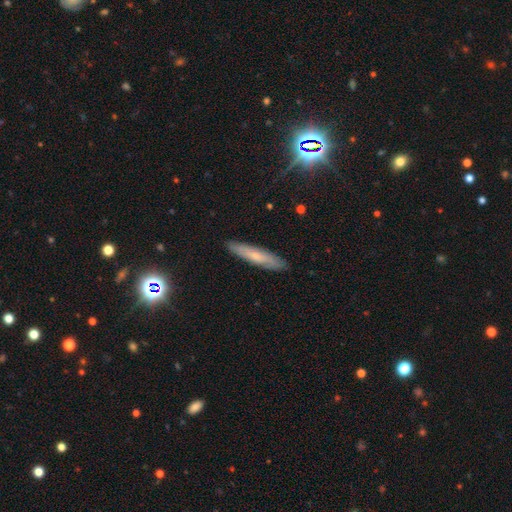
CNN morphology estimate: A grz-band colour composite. It shows a smooth galaxy with no disk features (49%). Merging: none (87%).